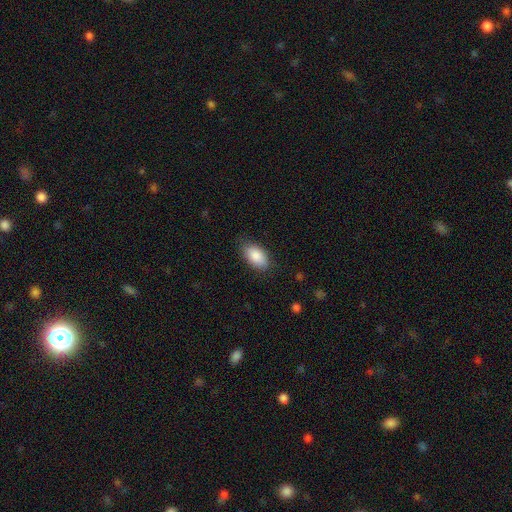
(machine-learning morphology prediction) smooth_or_featured: smooth (p=0.88) [alt: star or artifact p=0.06]
how_rounded: in between (p=0.94) [alt: round p=0.04]
merging: none (p=0.82) [alt: minor disturbance p=0.14]